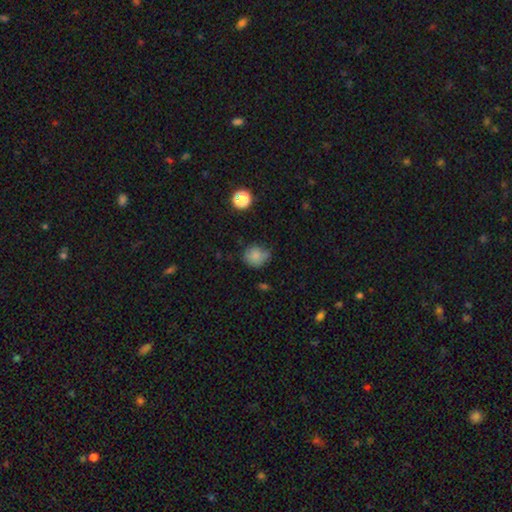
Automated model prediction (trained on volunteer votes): smooth_or_featured: smooth (p=0.80) [alt: star or artifact p=0.12]
how_rounded: round (p=0.78) [alt: in between p=0.21]
merging: none (p=0.57) [alt: minor disturbance p=0.31]